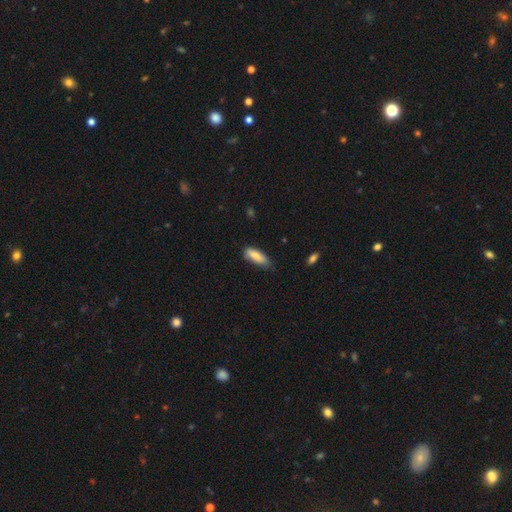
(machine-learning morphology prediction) Overall: smooth (82%). How rounded: in between (65%; cigar-shaped 34%). Merging: none (67%; minor disturbance 28%).